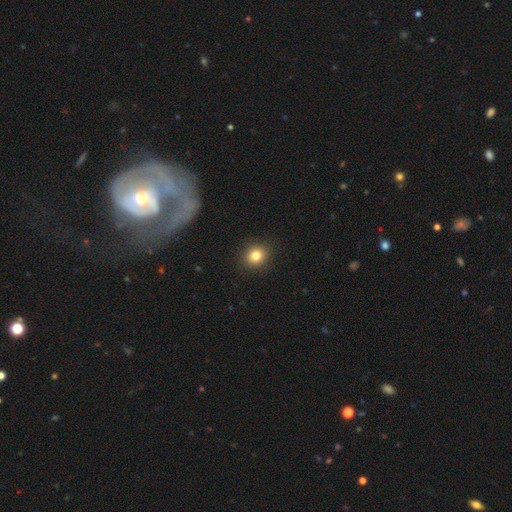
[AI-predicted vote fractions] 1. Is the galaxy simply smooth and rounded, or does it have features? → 82% smooth, 11% star or artifact, 7% featured or disk.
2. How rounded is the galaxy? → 76% round, 23% in between, 1% cigar-shaped.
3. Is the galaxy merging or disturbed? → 90% none, 7% minor disturbance, 2% major disturbance, 1% merger.